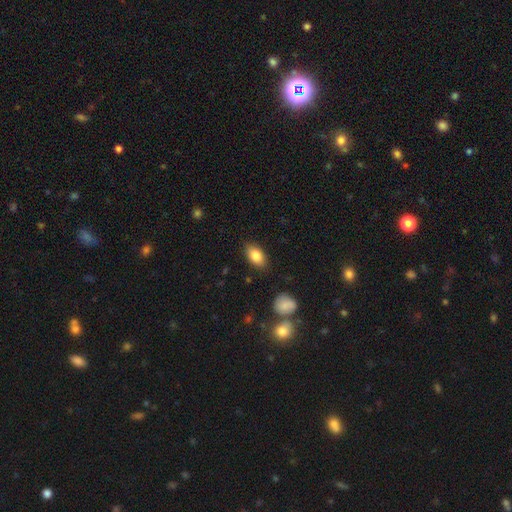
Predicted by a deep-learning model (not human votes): This appears to be a smooth galaxy with no disk features (84%) that is in between round and cigar-shaped (89%). Merging: none (84%).